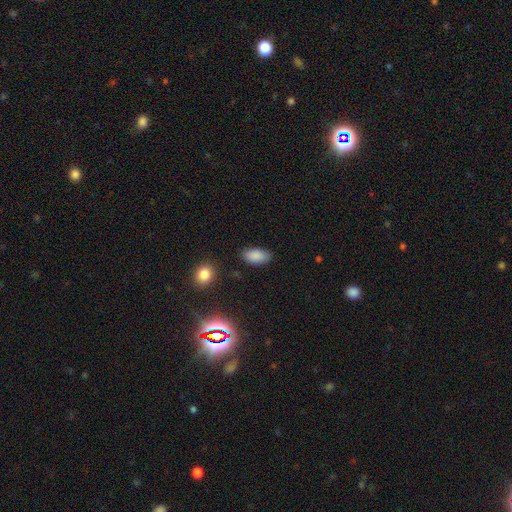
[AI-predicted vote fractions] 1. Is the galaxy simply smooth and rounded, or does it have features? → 86% smooth, 10% star or artifact, 5% featured or disk.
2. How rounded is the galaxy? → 93% in between, 5% round, 3% cigar-shaped.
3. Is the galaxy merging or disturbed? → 82% none, 13% minor disturbance, 3% major disturbance, 2% merger.